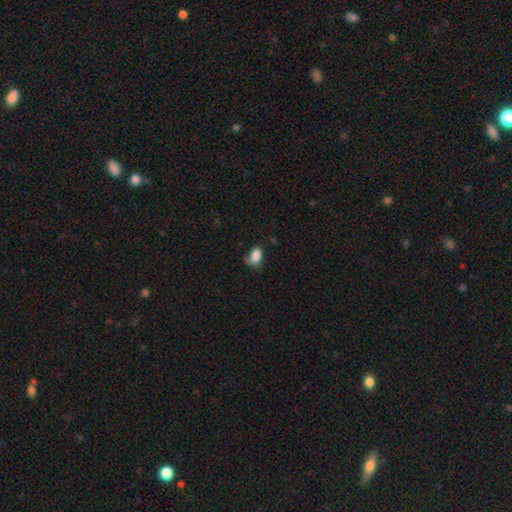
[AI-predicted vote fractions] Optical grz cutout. It shows a smooth galaxy with no disk features (84%) that is in between round and cigar-shaped (84%). Merging: none (47%).